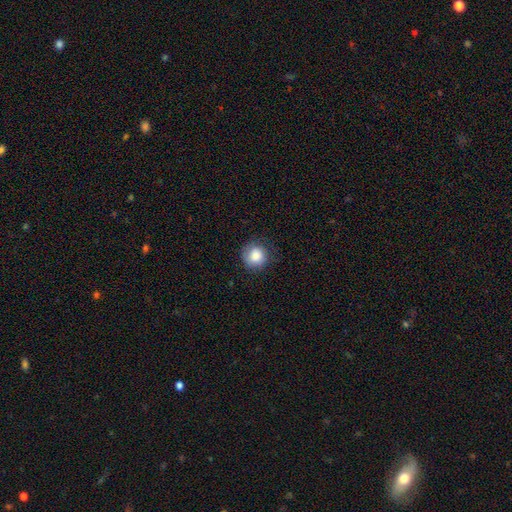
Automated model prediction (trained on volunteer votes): Smooth or featured? Predicted: smooth (p=0.83). How rounded? Predicted: round (p=0.90). Merging? Predicted: none (p=0.74).